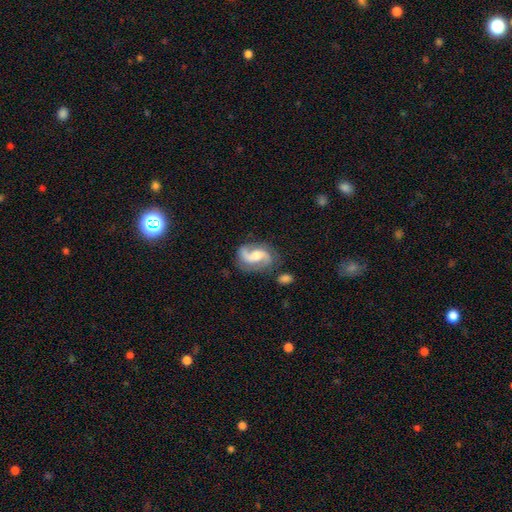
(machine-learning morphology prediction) The model was most divided on "spiral winding": loose: 47%, medium: 42%, tight: 11%. Remaining: edge-on disk — no (97%); spiral arms — yes (97%); spiral arm count — 2 (90%); smooth or featured — featured or disk (85%); merging — none (69%); bulge size — moderate (58%); bar — no (48%).